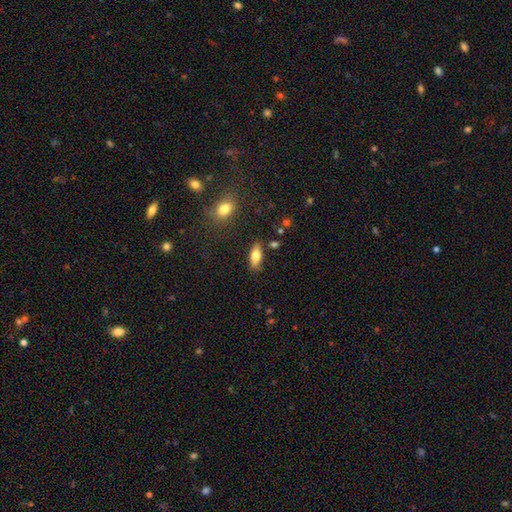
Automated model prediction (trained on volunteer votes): smooth-or-featured: smooth: 76% | featured or disk: 18% | star or artifact: 7%
  how-rounded: in between: 81% | cigar-shaped: 16% | round: 3%
  merging: none: 84% | minor disturbance: 11% | merger: 3% | major disturbance: 3%